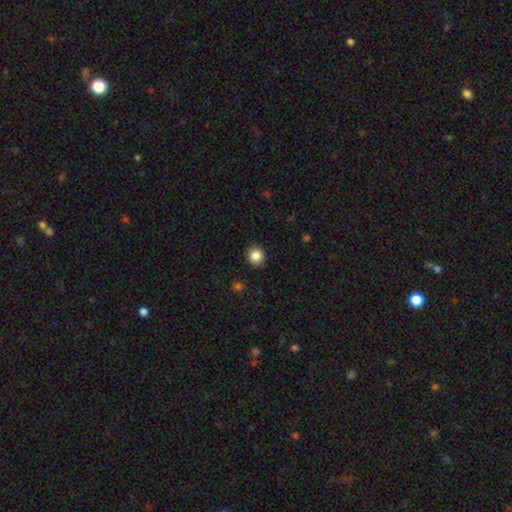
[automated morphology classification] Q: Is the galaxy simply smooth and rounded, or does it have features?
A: smooth — 85%.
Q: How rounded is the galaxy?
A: round — 88%.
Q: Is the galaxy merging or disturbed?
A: none — 92%.